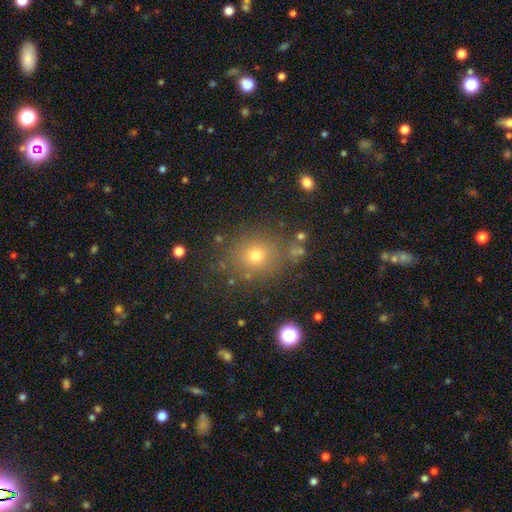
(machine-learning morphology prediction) The model was most divided on "smooth or featured": smooth: 70%, star or artifact: 20%, featured or disk: 10%. More confident: how rounded — round (84%); merging — none (82%).